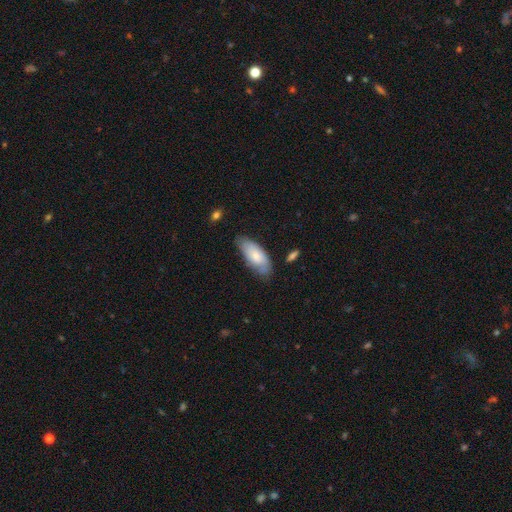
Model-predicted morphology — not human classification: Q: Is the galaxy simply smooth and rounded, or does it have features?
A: smooth — 68%.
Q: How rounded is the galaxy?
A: in between — 84%.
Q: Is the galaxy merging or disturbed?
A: none — 65%.